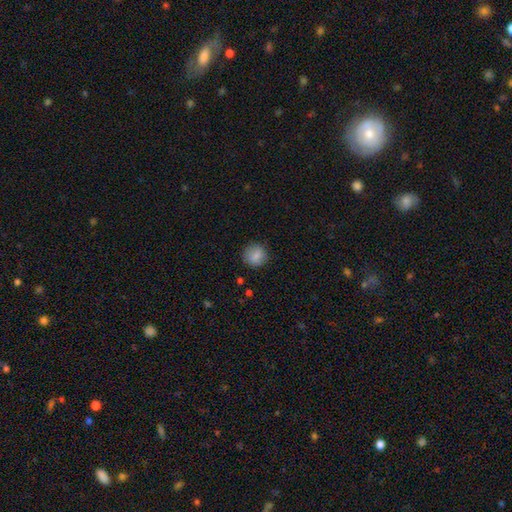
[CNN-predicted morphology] The model was most divided on "merging": none: 86%, minor disturbance: 10%, major disturbance: 3%, merger: 1%. More confident: how rounded — round (88%); smooth or featured — smooth (85%).